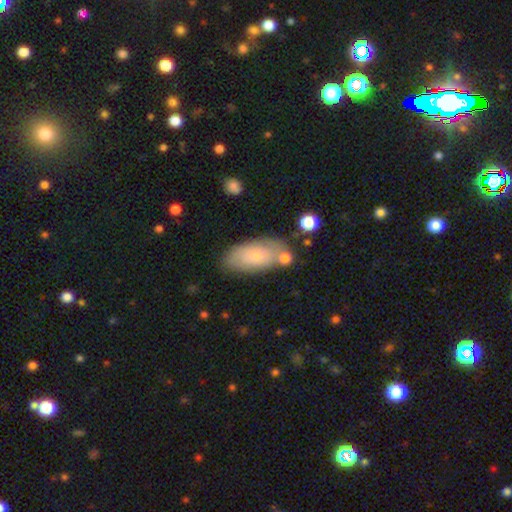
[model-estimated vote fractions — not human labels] Q: Smooth or featured?
A: smooth (66%); runner-up: featured or disk (28%)
Q: How rounded?
A: in between (91%); runner-up: cigar-shaped (6%)
Q: Merging?
A: none (67%); runner-up: minor disturbance (19%)